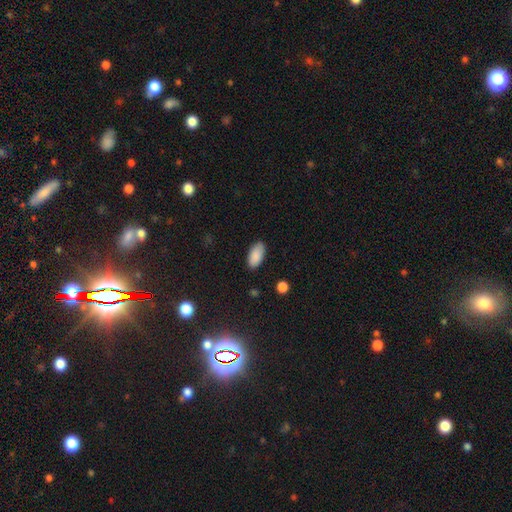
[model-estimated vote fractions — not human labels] Smooth or featured: smooth — 89% (star or artifact — 7%)
How rounded: in between — 93% (cigar-shaped — 4%)
Merging: none — 86% (minor disturbance — 10%)